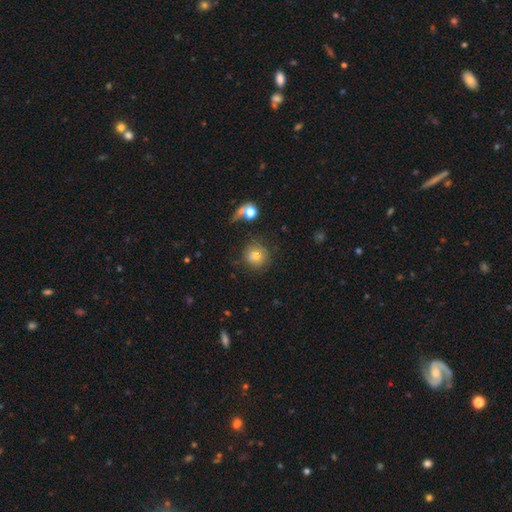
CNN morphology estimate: The model was most divided on "merging": none: 74%, minor disturbance: 14%, major disturbance: 7%, merger: 6%. More confident: how rounded — round (91%); smooth or featured — smooth (75%).